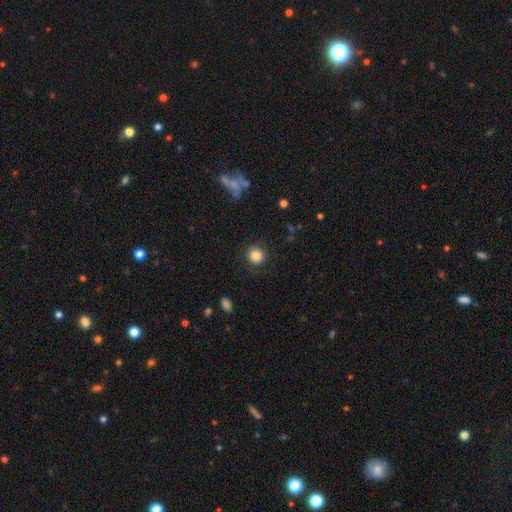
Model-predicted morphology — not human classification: smooth-or-featured: smooth: 85% | star or artifact: 10% | featured or disk: 6%
  how-rounded: round: 89% | in between: 10% | cigar-shaped: 1%
  merging: none: 87% | minor disturbance: 9% | major disturbance: 4% | merger: 1%